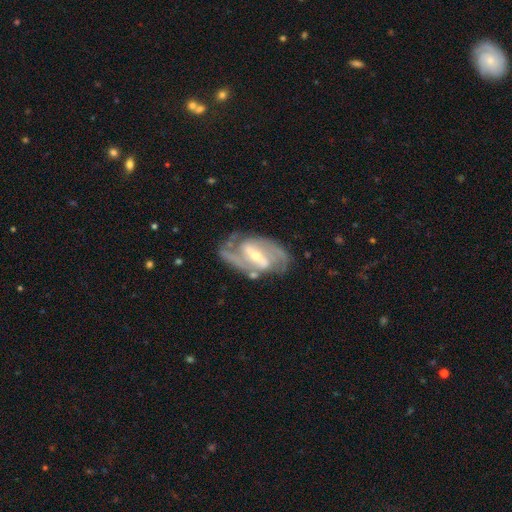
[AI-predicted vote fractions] smooth-or-featured: featured or disk: 91% | smooth: 5% | star or artifact: 5%
  disk-edge-on: no: 96% | yes: 4%
    bar: strong: 64% | weak: 28% | no: 8%
    has-spiral-arms: yes: 97% | no: 3%
      spiral-winding: medium: 51% | tight: 35% | loose: 13%
      spiral-arm-count: 2: 82% | 3: 7% | can't tell: 6% | 4: 2% | 1: 2% | more than 4: 1%
    bulge-size: small: 57% | moderate: 38% | large: 2% | none: 1% | dominant: 1%
  merging: none: 74% | minor disturbance: 16% | major disturbance: 7% | merger: 3%